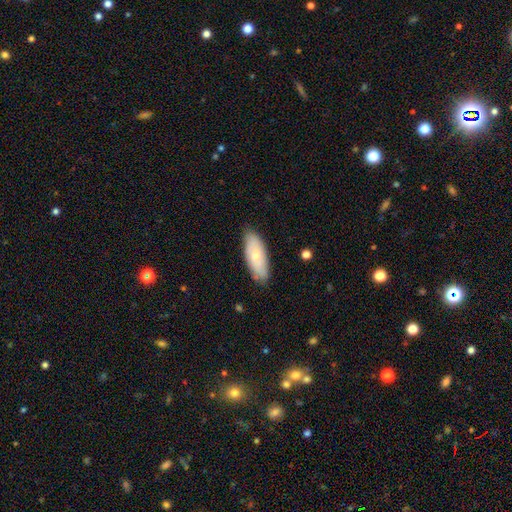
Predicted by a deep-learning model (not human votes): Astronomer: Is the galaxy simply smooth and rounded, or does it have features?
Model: smooth — 70%.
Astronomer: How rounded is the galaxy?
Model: in between — 77%.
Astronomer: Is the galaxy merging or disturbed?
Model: none — 83%.